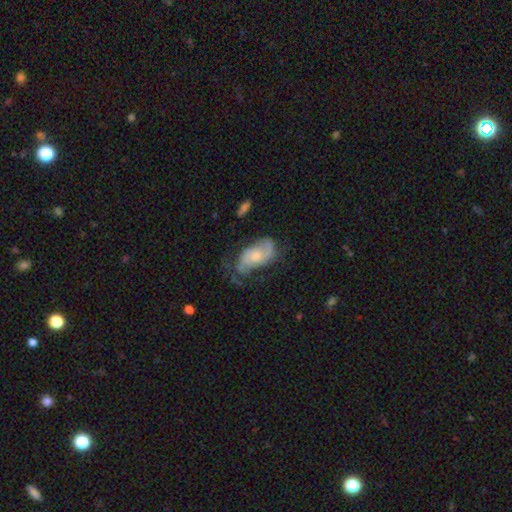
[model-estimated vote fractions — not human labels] featured or disk 61%, smooth 32%, star or artifact 7%. Down the decision tree: edge-on disk — no (95%); bar — no (70%); spiral arms — yes (82%); bulge size — moderate (50%); merging — none (45%).